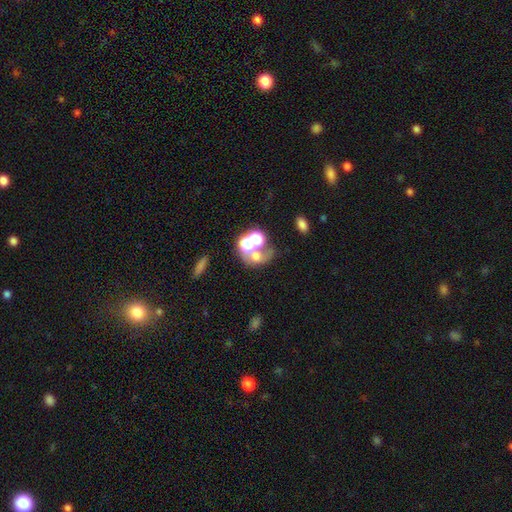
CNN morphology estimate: smooth 47%, featured or disk 32%, star or artifact 21%. Down the decision tree: merging — merger (56%).